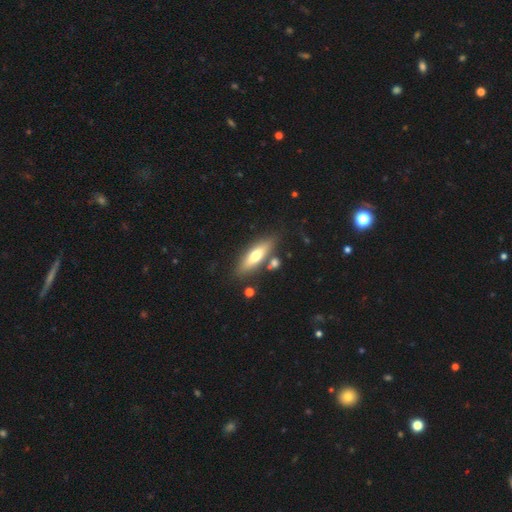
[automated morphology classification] smooth_or_featured: smooth (p=0.56) [alt: featured or disk p=0.37]
how_rounded: cigar-shaped (p=0.55) [alt: in between p=0.43]
merging: none (p=0.77) [alt: minor disturbance p=0.12]